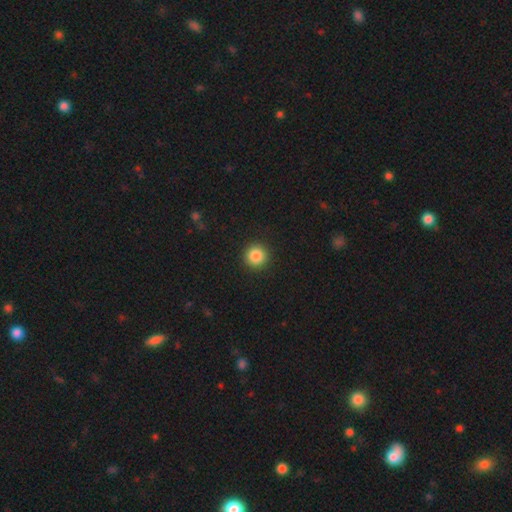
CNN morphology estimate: Overall: smooth (86%). How rounded: round (95%). Merging: none (93%).